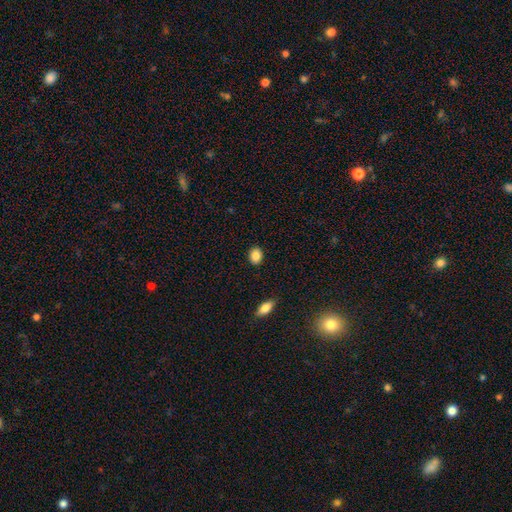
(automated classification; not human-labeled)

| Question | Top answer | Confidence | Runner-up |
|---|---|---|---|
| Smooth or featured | smooth | 87% | star or artifact (8%) |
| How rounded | in between | 55% | round (44%) |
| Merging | none | 90% | minor disturbance (7%) |